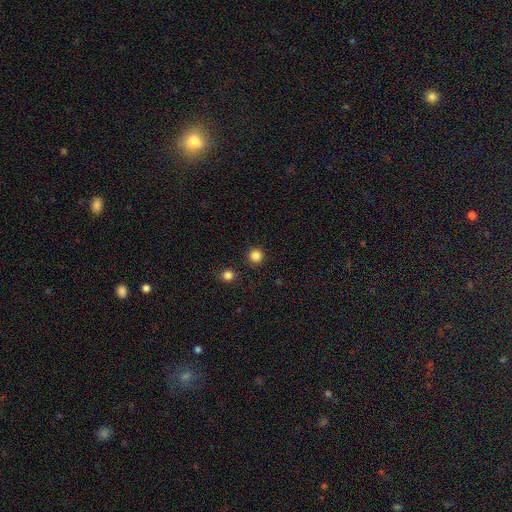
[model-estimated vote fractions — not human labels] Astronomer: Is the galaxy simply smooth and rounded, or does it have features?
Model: smooth — 85%.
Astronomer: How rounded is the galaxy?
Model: round — 96%.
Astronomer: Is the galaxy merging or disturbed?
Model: none — 92%.